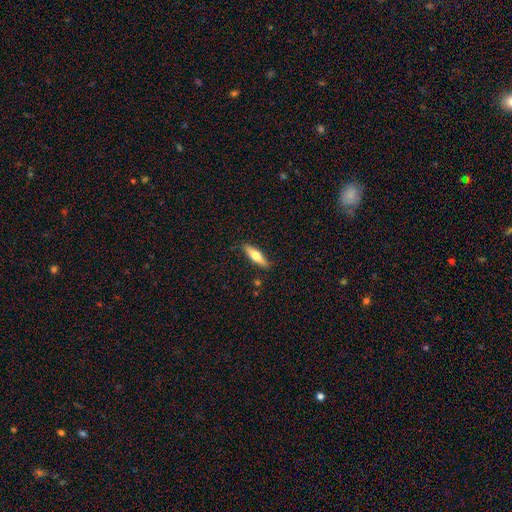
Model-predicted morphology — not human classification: smooth-or-featured: smooth: 59% | featured or disk: 35% | star or artifact: 6%
  how-rounded: cigar-shaped: 60% | in between: 38% | round: 2%
  merging: none: 86% | minor disturbance: 10% | major disturbance: 2% | merger: 1%